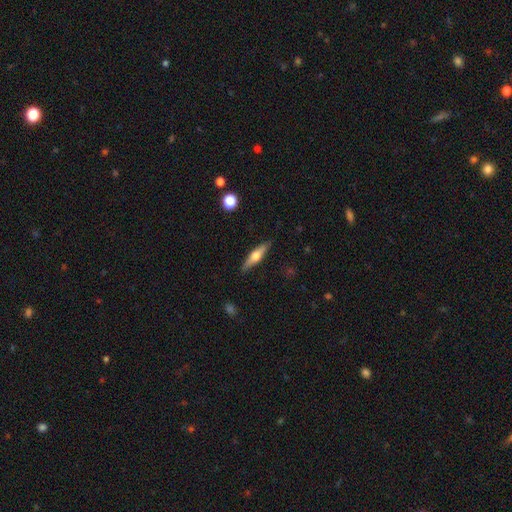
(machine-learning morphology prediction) This appears to be a featured or disk galaxy (52%) viewed edge-on (93%). Merging: none (88%).